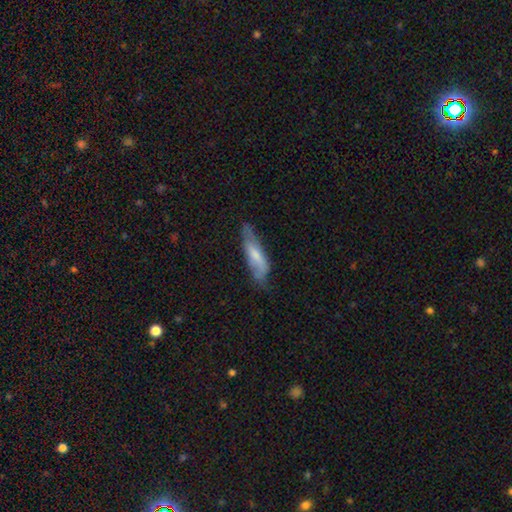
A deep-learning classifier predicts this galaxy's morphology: Smooth or featured? Predicted: smooth (p=0.56). How rounded? Predicted: cigar-shaped (p=0.59). Merging? Predicted: none (p=0.53).